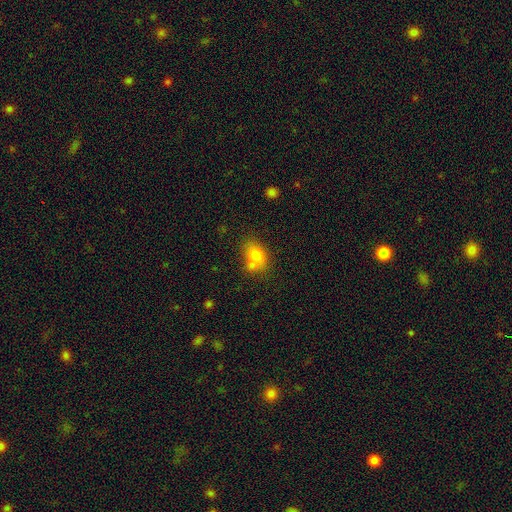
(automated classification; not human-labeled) Smooth or featured? smooth (77%)
How rounded? in between (66%)
Merging? none (54%)